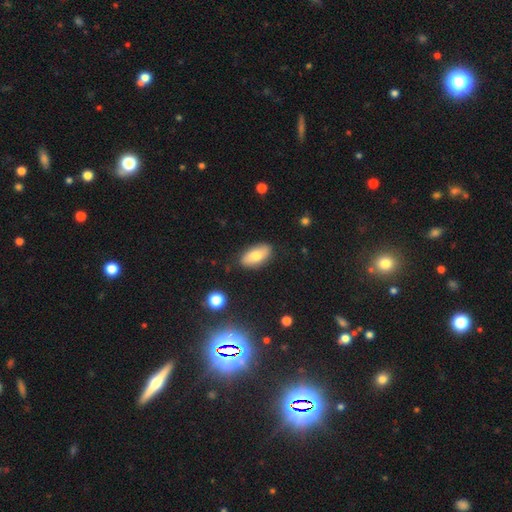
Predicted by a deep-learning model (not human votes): Smooth or featured: smooth — 69% (featured or disk — 23%)
How rounded: in between — 91% (cigar-shaped — 6%)
Merging: none — 84% (minor disturbance — 12%)